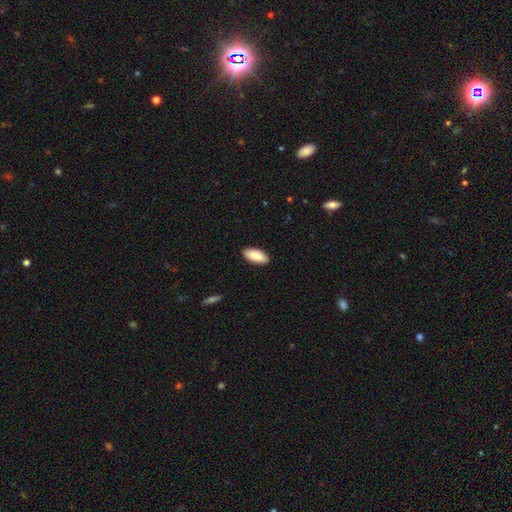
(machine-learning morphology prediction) This is clearly a smooth galaxy (89%). How rounded: clearly in between (86%). Merging: clearly none (90%).